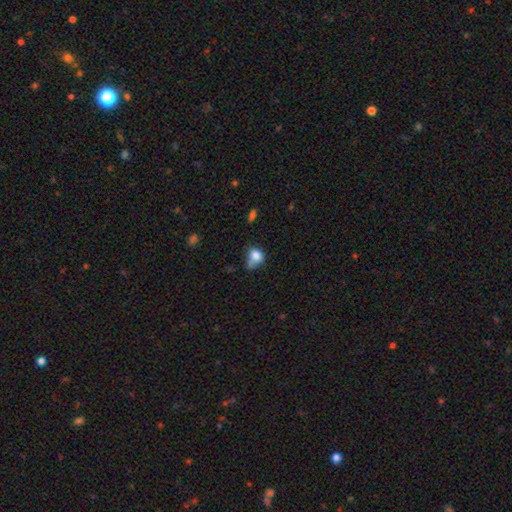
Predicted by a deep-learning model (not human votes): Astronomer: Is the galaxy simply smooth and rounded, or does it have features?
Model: smooth — 77%.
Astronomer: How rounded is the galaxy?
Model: in between — 56% (runner-up: round, 43%).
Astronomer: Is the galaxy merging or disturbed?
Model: minor disturbance — 33% (runner-up: none, 31%).